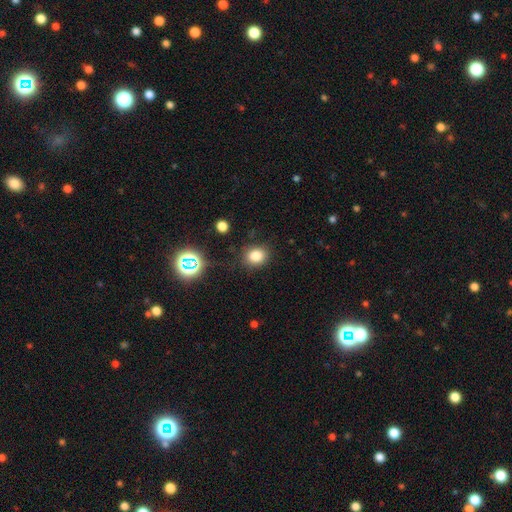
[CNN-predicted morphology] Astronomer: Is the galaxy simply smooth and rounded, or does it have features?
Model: smooth — 79%.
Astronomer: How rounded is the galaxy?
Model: round — 62%.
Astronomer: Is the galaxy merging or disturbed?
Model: none — 83%.